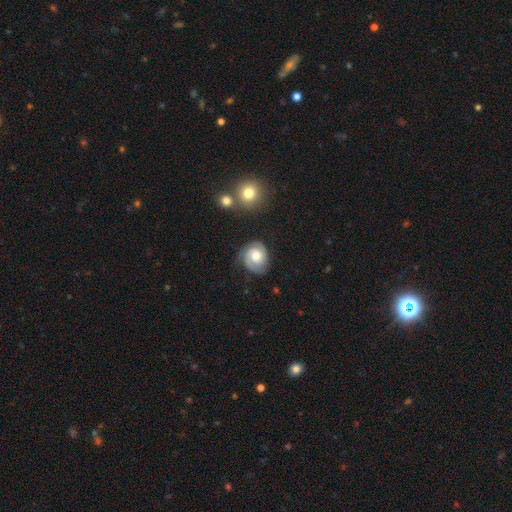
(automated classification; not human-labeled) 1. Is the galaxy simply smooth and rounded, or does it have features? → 66% featured or disk, 28% smooth, 7% star or artifact.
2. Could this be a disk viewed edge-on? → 98% no, 2% yes.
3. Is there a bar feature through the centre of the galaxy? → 72% no, 25% weak, 4% strong.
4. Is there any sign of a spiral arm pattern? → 91% yes, 9% no.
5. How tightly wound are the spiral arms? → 61% tight, 31% medium, 9% loose.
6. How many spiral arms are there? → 65% 2, 15% can't tell, 9% 1, 7% 3, 2% 4, 2% more than 4.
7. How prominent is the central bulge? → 60% moderate, 25% large, 10% small, 2% dominant, 2% none.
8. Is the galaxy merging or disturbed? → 72% none, 19% minor disturbance, 7% major disturbance, 2% merger.